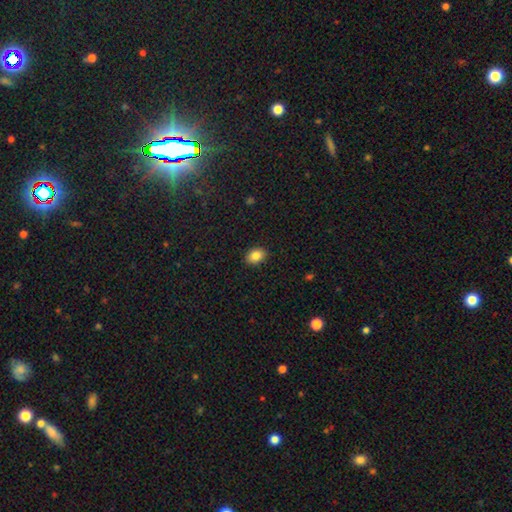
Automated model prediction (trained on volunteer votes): Smooth or featured?
  - smooth: 85% *
  - star or artifact: 9%
  - featured or disk: 6%
How rounded?
  - in between: 71% *
  - round: 28%
  - cigar-shaped: 1%
Merging?
  - none: 89% *
  - minor disturbance: 8%
  - major disturbance: 2%
  - merger: 1%